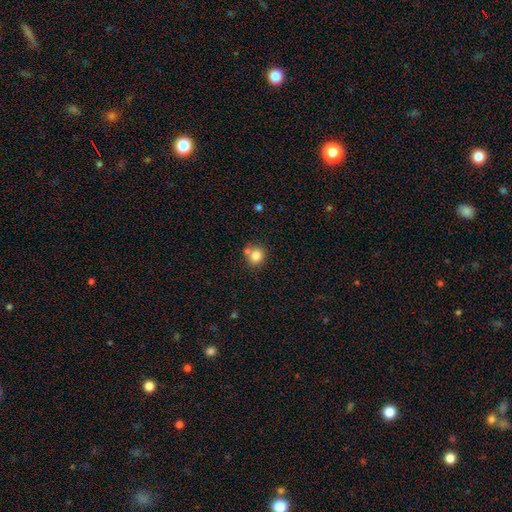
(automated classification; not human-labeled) Morphology: type=smooth (82%); roundness=round (77%); merging=none (62%).